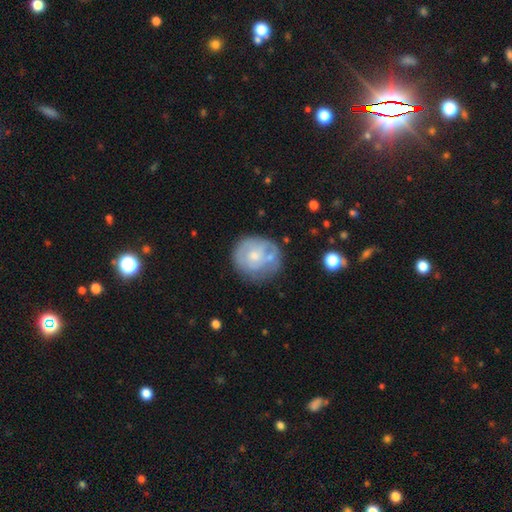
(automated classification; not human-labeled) featured or disk 51%, smooth 42%, star or artifact 7%. Down the decision tree: edge-on disk — no (97%); merging — none (57%).